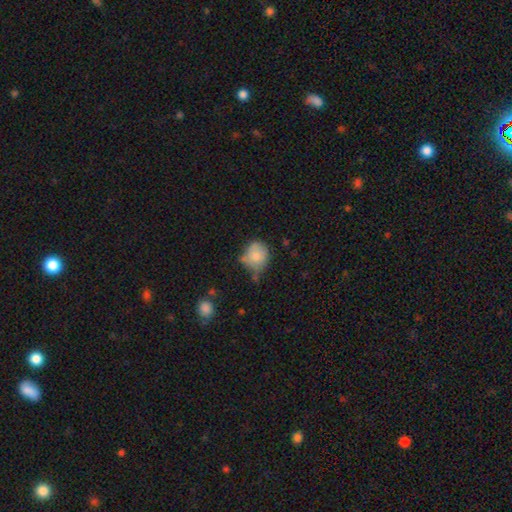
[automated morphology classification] smooth-or-featured: smooth: 77% | featured or disk: 14% | star or artifact: 8%
  how-rounded: round: 72% | in between: 27% | cigar-shaped: 1%
  merging: none: 46% | minor disturbance: 35% | major disturbance: 10% | merger: 8%